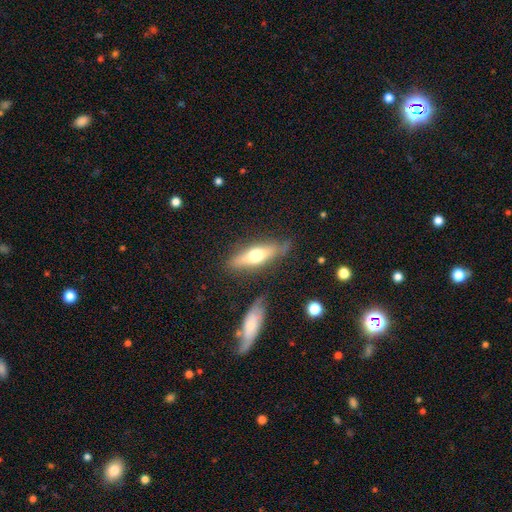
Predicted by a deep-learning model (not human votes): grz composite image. It shows a featured or disk galaxy (47%, tied with smooth). Merging: none (74%).